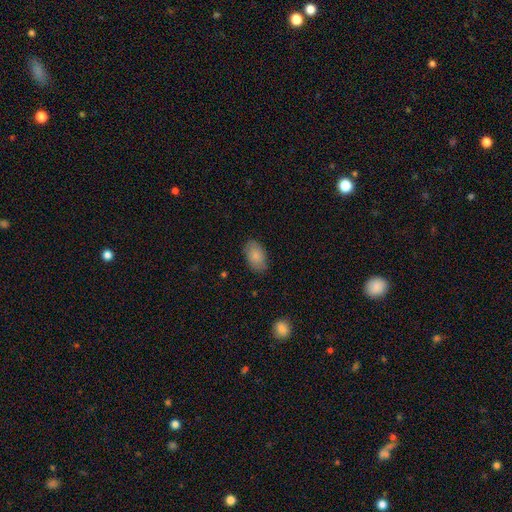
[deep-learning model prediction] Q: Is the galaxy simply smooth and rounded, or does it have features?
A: smooth — 84%.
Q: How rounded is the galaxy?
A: in between — 92%.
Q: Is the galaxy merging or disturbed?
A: none — 84%.